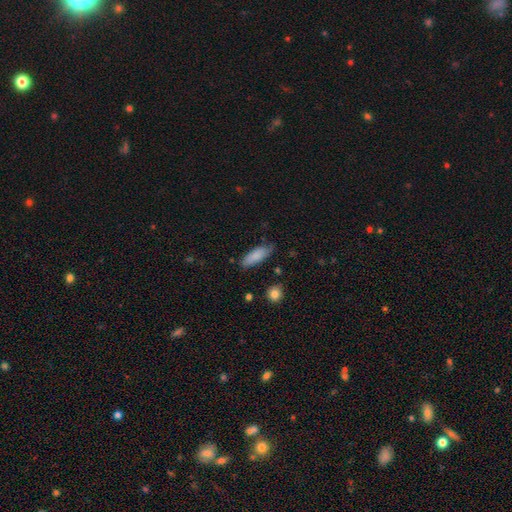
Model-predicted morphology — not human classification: This appears to be a smooth galaxy with no disk features (85%) that is in between round and cigar-shaped (63%). Merging: none (76%).